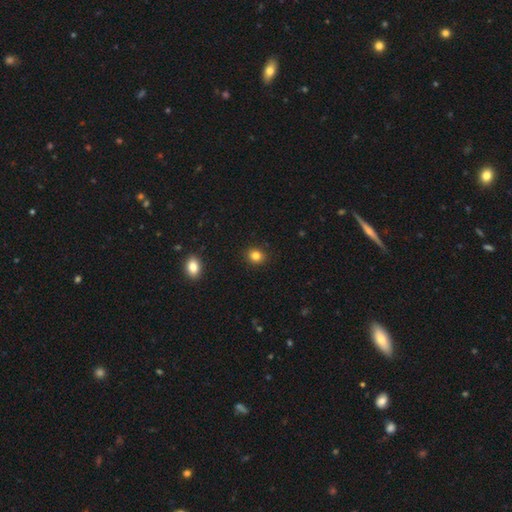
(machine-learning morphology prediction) Smooth or featured?
  - smooth: 82% *
  - star or artifact: 12%
  - featured or disk: 5%
How rounded?
  - round: 78% *
  - in between: 21%
  - cigar-shaped: 1%
Merging?
  - none: 91% *
  - minor disturbance: 6%
  - major disturbance: 2%
  - merger: 1%